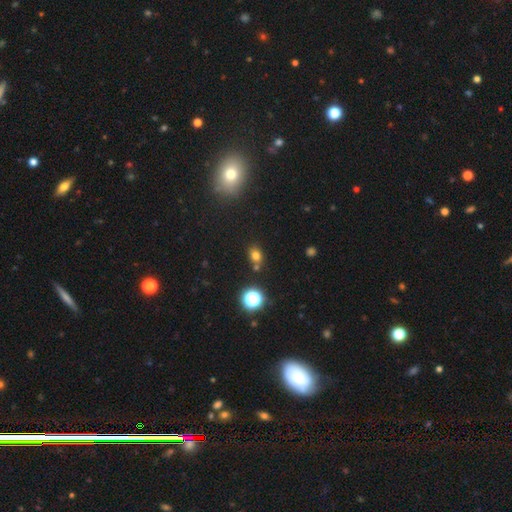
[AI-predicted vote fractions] This appears to be a smooth galaxy with no disk features (72%) that is round (50%). Merging: none (70%).